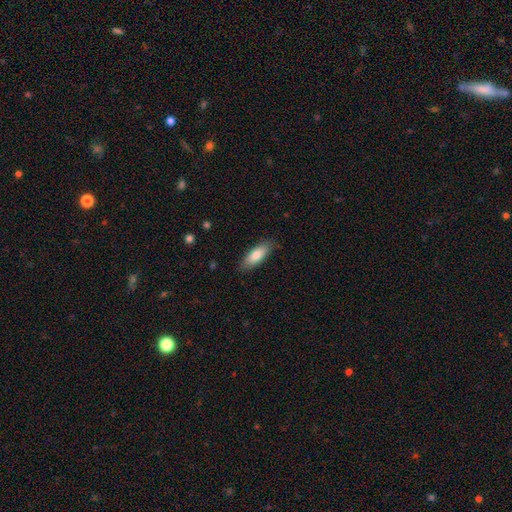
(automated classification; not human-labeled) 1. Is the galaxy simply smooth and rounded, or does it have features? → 80% smooth, 14% featured or disk, 6% star or artifact.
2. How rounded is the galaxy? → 70% in between, 29% cigar-shaped, 2% round.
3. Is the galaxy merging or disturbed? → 85% none, 12% minor disturbance, 2% major disturbance, 1% merger.